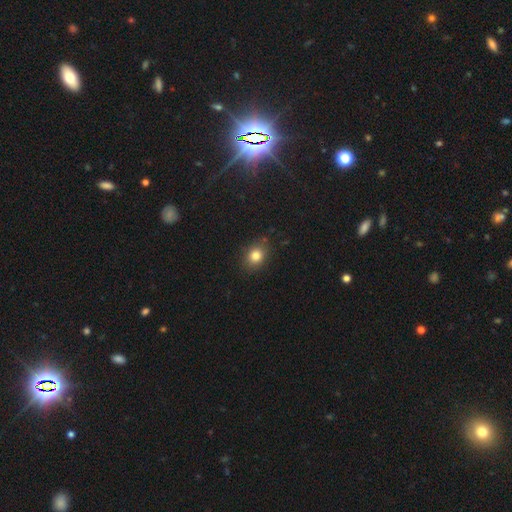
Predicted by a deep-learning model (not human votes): Overall: smooth (82%). How rounded: round (54%; in between 45%). Merging: none (84%).